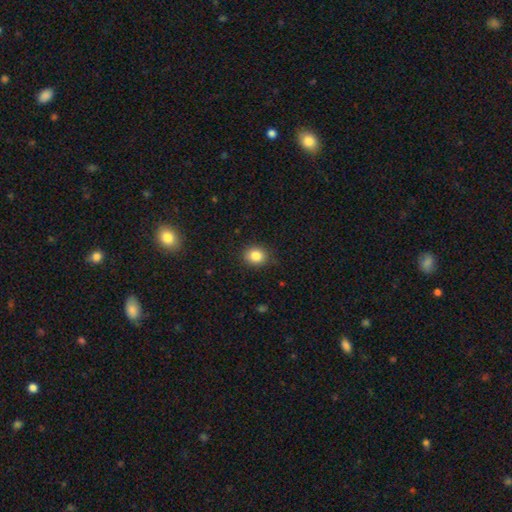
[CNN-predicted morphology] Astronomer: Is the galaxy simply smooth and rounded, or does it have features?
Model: smooth — 84%.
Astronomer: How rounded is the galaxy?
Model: round — 75%.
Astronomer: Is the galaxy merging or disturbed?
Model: none — 86%.